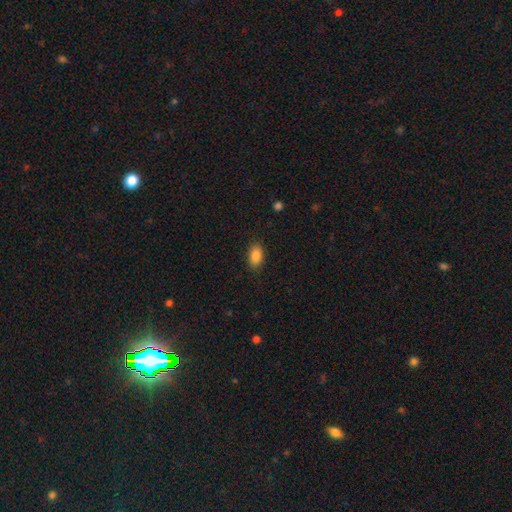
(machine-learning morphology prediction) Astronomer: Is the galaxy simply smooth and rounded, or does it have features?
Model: smooth — 86%.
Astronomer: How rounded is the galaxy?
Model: in between — 91%.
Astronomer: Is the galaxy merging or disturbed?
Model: none — 87%.